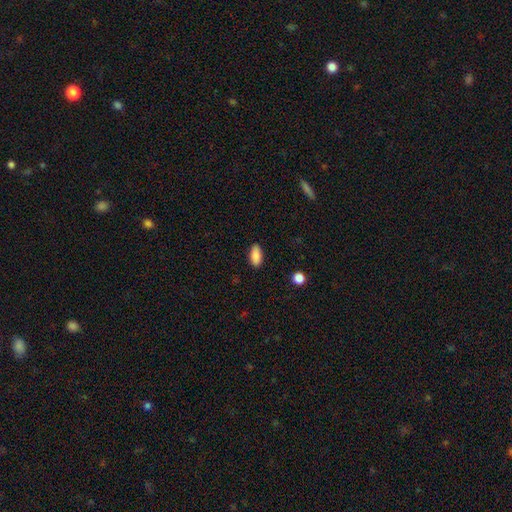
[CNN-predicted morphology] smooth-or-featured: smooth: 88% | star or artifact: 7% | featured or disk: 5%
  how-rounded: in between: 90% | cigar-shaped: 7% | round: 3%
  merging: none: 87% | minor disturbance: 10% | major disturbance: 2% | merger: 1%